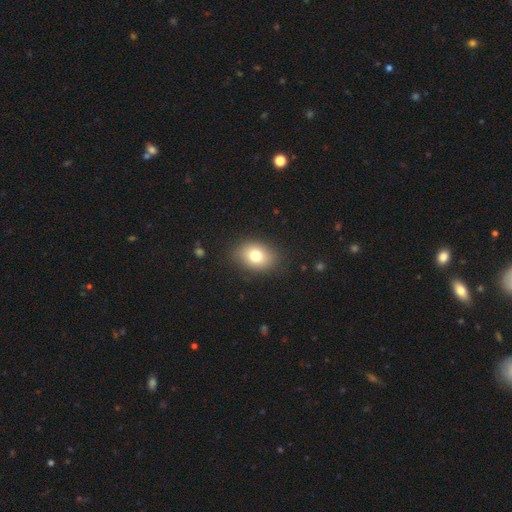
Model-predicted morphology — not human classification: smooth 77%, featured or disk 13%, star or artifact 10%. Down the decision tree: how rounded — in between (69%); merging — none (86%).